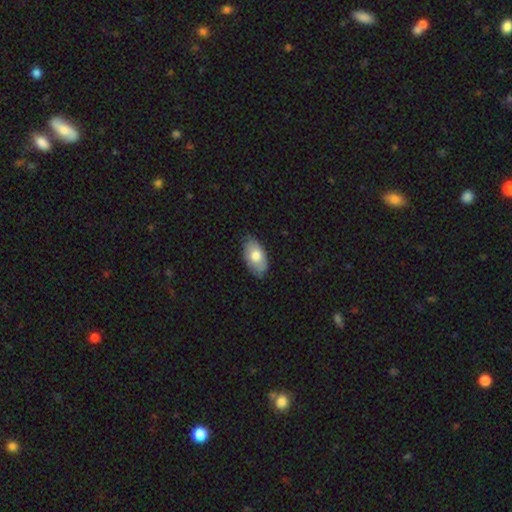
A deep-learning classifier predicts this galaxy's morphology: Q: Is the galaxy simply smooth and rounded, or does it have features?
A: smooth — 73%.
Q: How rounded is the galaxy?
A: in between — 94%.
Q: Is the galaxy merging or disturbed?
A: none — 78%.